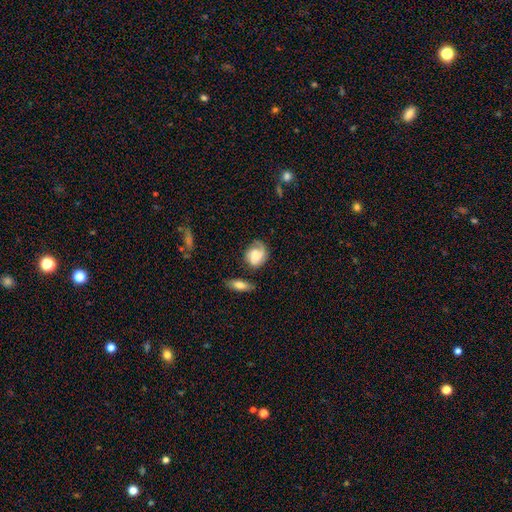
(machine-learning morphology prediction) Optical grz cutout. It shows a featured or disk galaxy (50%). Merging: none (58%).